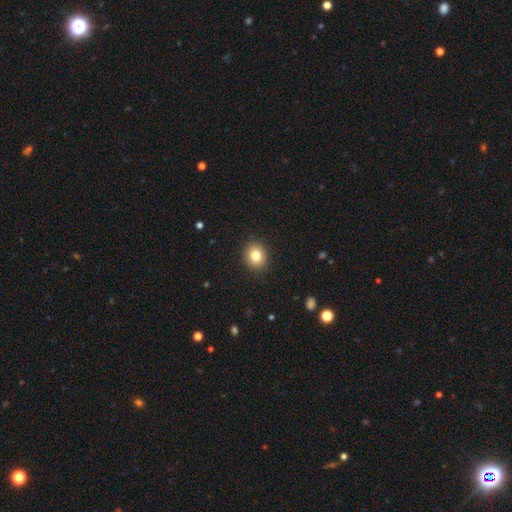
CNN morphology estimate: Smooth or featured? smooth (82%)
How rounded? round (74%)
Merging? none (90%)